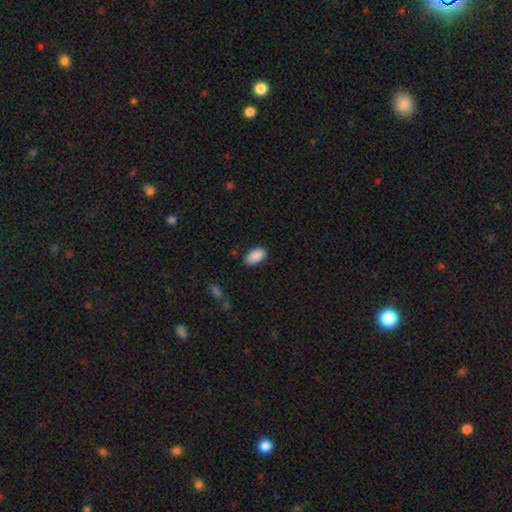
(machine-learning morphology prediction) Q: Smooth or featured?
A: smooth (90%); runner-up: star or artifact (7%)
Q: How rounded?
A: in between (94%); runner-up: round (4%)
Q: Merging?
A: none (83%); runner-up: minor disturbance (13%)